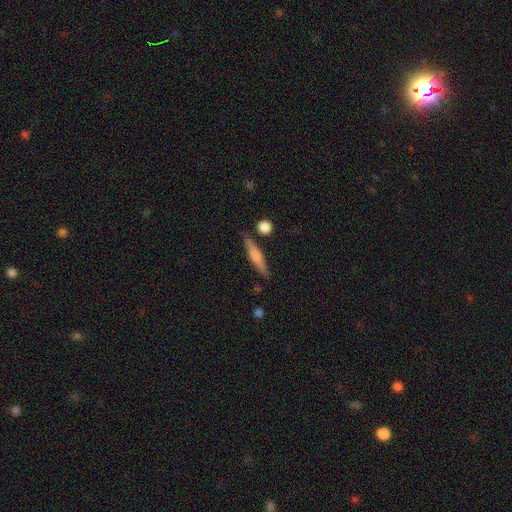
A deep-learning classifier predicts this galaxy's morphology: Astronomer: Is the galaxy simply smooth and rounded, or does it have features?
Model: featured or disk — 47% (runner-up: smooth, 46%).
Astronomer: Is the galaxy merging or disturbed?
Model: none — 83%.